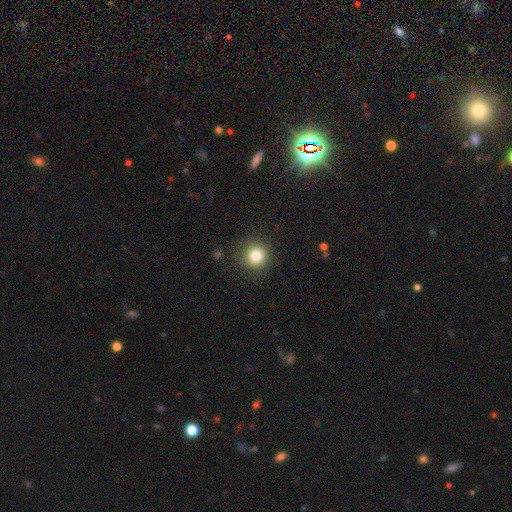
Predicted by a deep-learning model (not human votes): Q: Smooth or featured?
A: smooth (81%); runner-up: star or artifact (12%)
Q: How rounded?
A: round (93%); runner-up: in between (6%)
Q: Merging?
A: none (88%); runner-up: minor disturbance (8%)